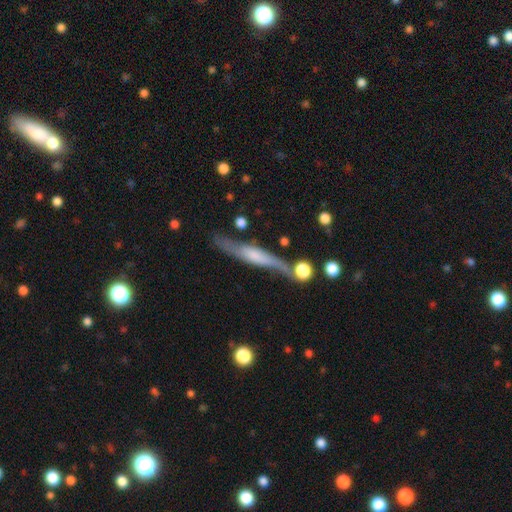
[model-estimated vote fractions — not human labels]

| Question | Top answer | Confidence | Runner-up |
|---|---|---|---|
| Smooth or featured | featured or disk | 61% | smooth (32%) |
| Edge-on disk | yes | 79% | no (21%) |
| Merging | none | 61% | minor disturbance (22%) |